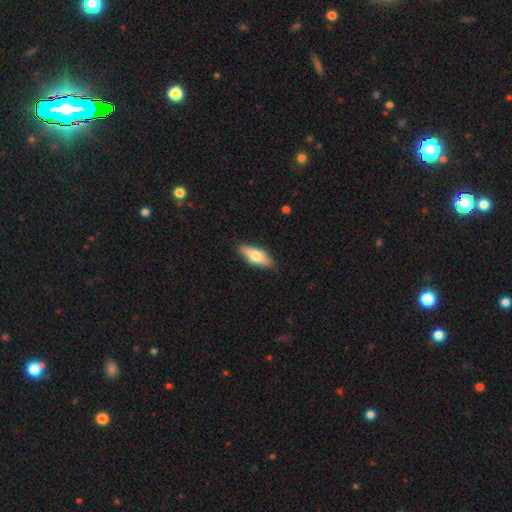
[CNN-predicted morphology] This appears to be a smooth galaxy with no disk features (61%) that is in between round and cigar-shaped (63%). Merging: none (87%).